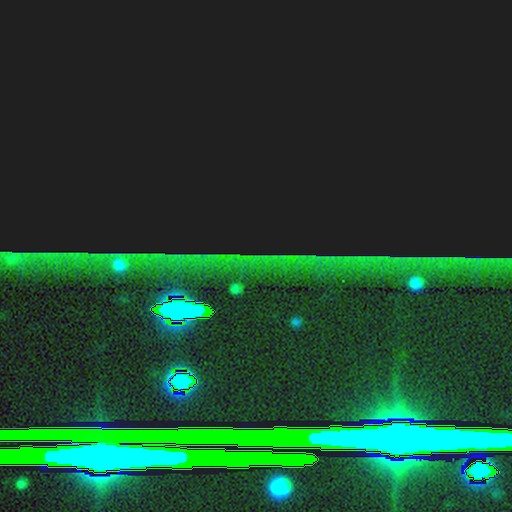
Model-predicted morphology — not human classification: star or artifact 83%, smooth 9%, featured or disk 8%.